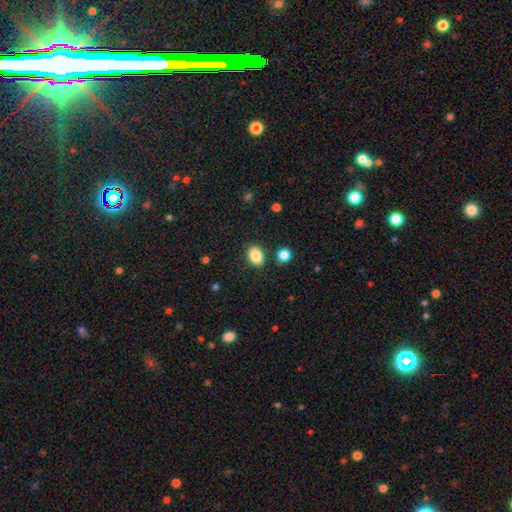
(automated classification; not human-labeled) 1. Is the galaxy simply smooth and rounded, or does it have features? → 86% smooth, 9% star or artifact, 5% featured or disk.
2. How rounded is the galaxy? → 76% in between, 22% round, 1% cigar-shaped.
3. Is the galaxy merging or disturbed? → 84% none, 10% minor disturbance, 4% merger, 3% major disturbance.